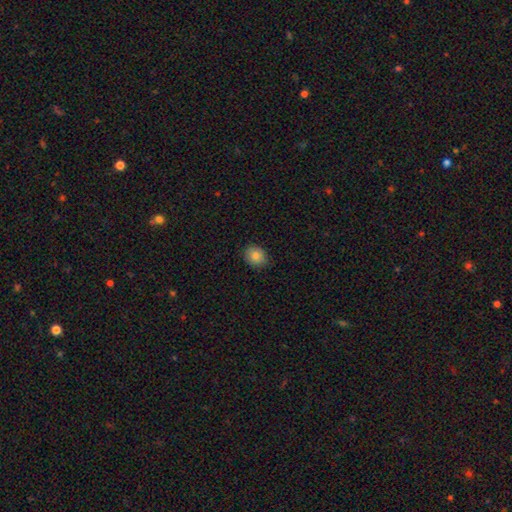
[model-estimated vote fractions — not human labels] A smooth galaxy with no disk features (82%) that is round (66%).

Vote fractions:
- Smooth or featured? smooth: 82% / star or artifact: 10% / featured or disk: 8%
- How rounded? round: 66% / in between: 34% / cigar-shaped: 1%
- Merging? none: 84% / minor disturbance: 13% / major disturbance: 2% / merger: 1%